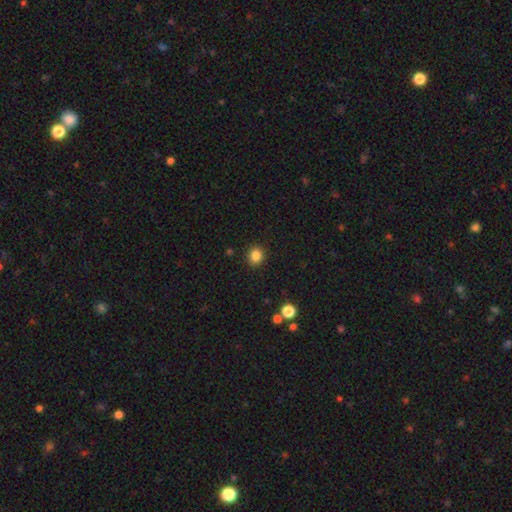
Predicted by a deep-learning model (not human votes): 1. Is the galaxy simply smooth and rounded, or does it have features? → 84% smooth, 11% star or artifact, 4% featured or disk.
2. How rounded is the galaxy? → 78% round, 21% in between, 1% cigar-shaped.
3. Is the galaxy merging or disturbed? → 91% none, 6% minor disturbance, 2% major disturbance, 1% merger.